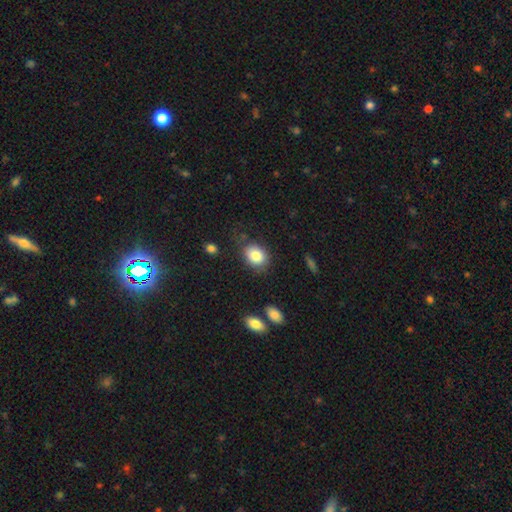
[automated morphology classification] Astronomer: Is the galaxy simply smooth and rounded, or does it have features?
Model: smooth — 84%.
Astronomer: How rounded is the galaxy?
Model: in between — 56% (runner-up: round, 43%).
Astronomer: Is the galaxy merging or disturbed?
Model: none — 74%.